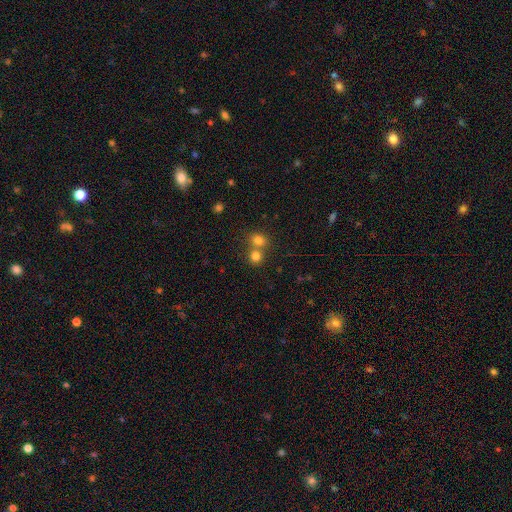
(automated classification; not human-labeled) A smooth galaxy with no disk features (78%) that is round (83%). Merging: none (48%).